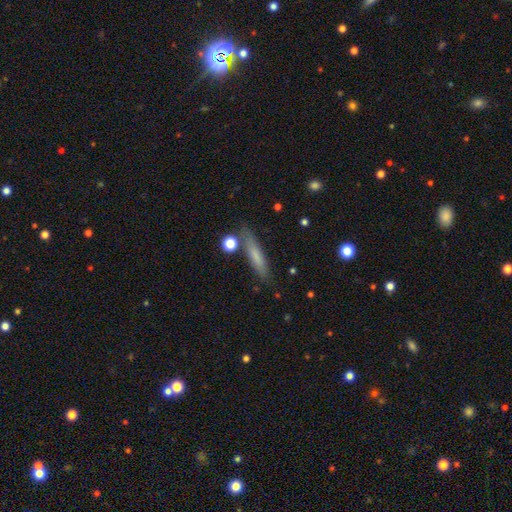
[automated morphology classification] type=smooth (69%); roundness=cigar-shaped (87%); merging=none (80%).